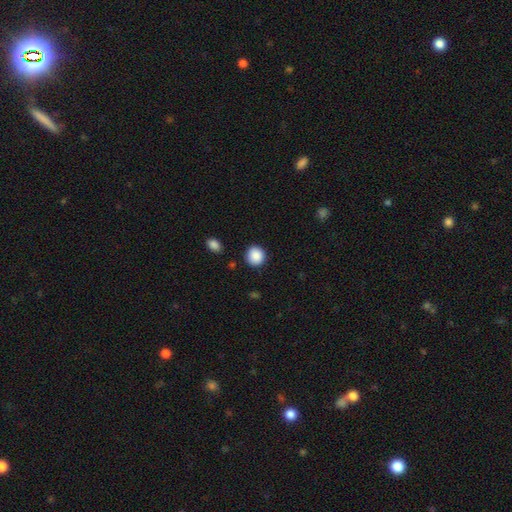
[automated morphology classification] Smooth or featured? smooth (89%)
How rounded? round (89%)
Merging? none (89%)